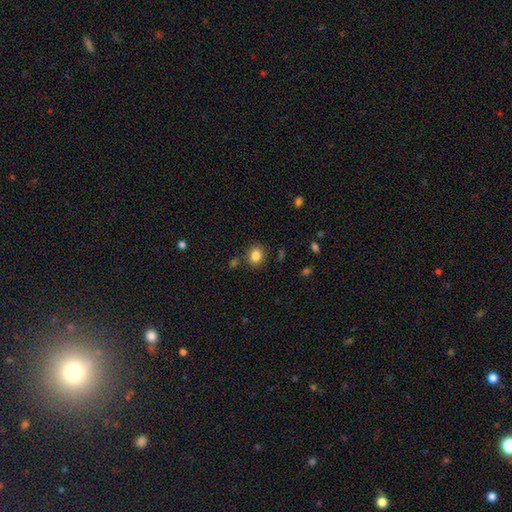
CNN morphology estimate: smooth-or-featured: smooth: 84% | star or artifact: 10% | featured or disk: 5%
  how-rounded: round: 69% | in between: 30% | cigar-shaped: 1%
  merging: none: 83% | minor disturbance: 10% | merger: 4% | major disturbance: 3%